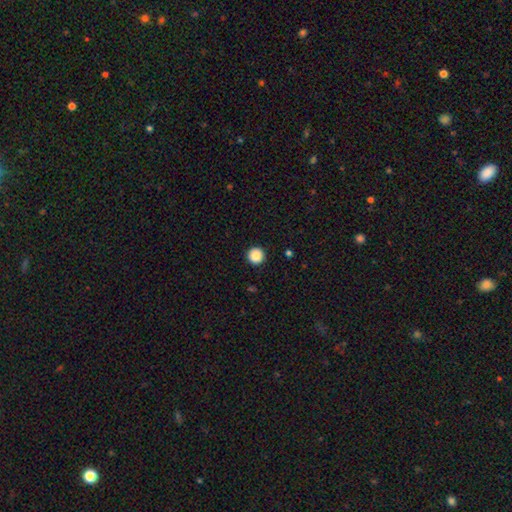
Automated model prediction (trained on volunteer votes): smooth 88%, star or artifact 9%, featured or disk 3%. Down the decision tree: how rounded — round (97%); merging — none (93%).